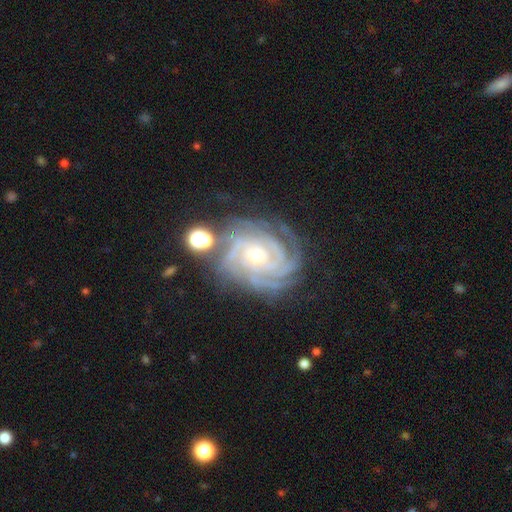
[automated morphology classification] smooth-or-featured: featured or disk: 90% | star or artifact: 6% | smooth: 4%
  disk-edge-on: no: 97% | yes: 3%
    bar: no: 69% | weak: 23% | strong: 9%
    has-spiral-arms: yes: 98% | no: 2%
      spiral-winding: tight: 78% | medium: 19% | loose: 3%
      spiral-arm-count: 4: 35% | more than 4: 19% | 3: 18% | can't tell: 15% | 2: 7% | 1: 6%
    bulge-size: small: 54% | moderate: 42% | large: 2% | none: 1% | dominant: 1%
  merging: none: 72% | minor disturbance: 17% | major disturbance: 7% | merger: 4%